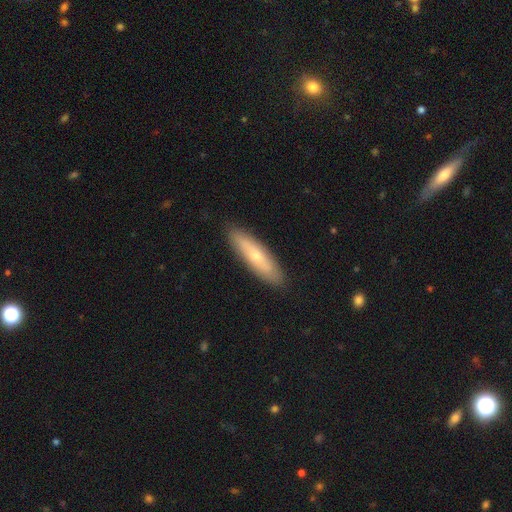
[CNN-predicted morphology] Overall: smooth (53%; featured or disk 42%). How rounded: cigar-shaped (67%; in between 31%). Merging: none (88%).